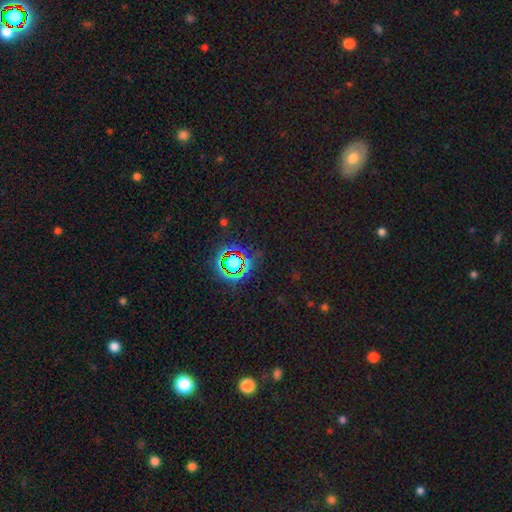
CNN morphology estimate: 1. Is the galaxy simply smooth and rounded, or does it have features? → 75% star or artifact, 14% smooth, 10% featured or disk.